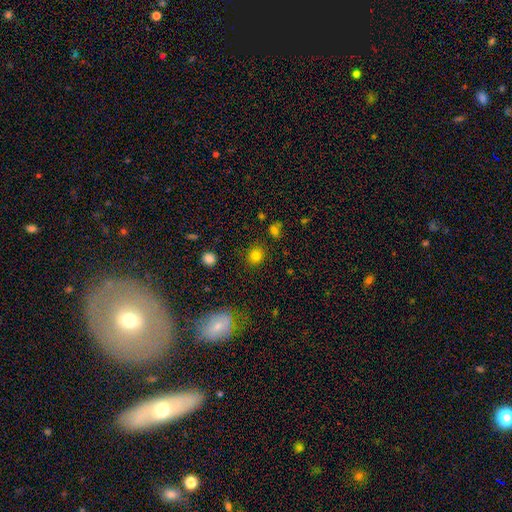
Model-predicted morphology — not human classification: smooth_or_featured: smooth (p=0.81) [alt: star or artifact p=0.14]
how_rounded: round (p=0.83) [alt: in between p=0.16]
merging: none (p=0.88) [alt: minor disturbance p=0.07]